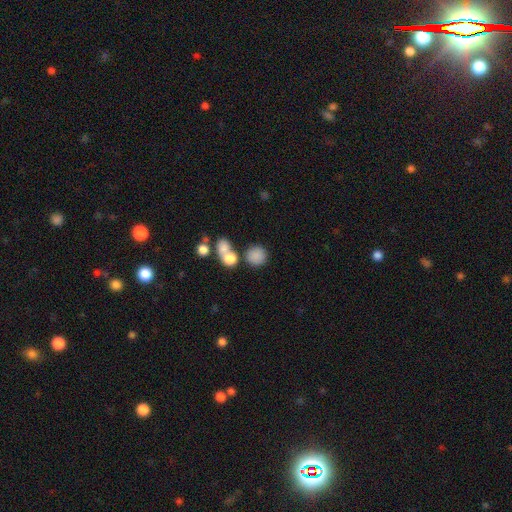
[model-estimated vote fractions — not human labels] Smooth or featured?
  - smooth: 82% *
  - star or artifact: 11%
  - featured or disk: 7%
How rounded?
  - round: 88% *
  - in between: 11%
  - cigar-shaped: 1%
Merging?
  - none: 62% *
  - merger: 24%
  - minor disturbance: 9%
  - major disturbance: 5%